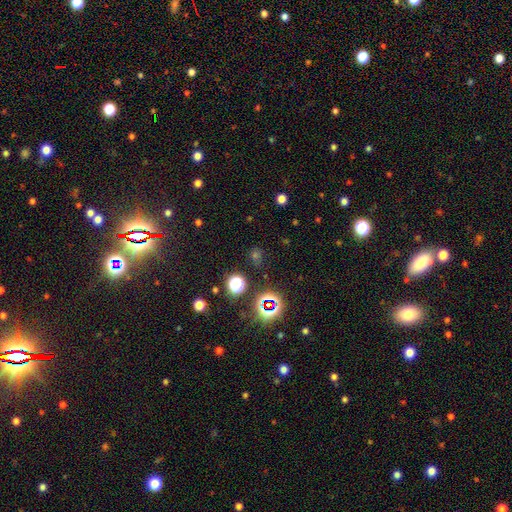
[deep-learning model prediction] A star or artifact, not a galaxy (61%).

Vote fractions:
- Smooth or featured? star or artifact: 61% / smooth: 31% / featured or disk: 7%